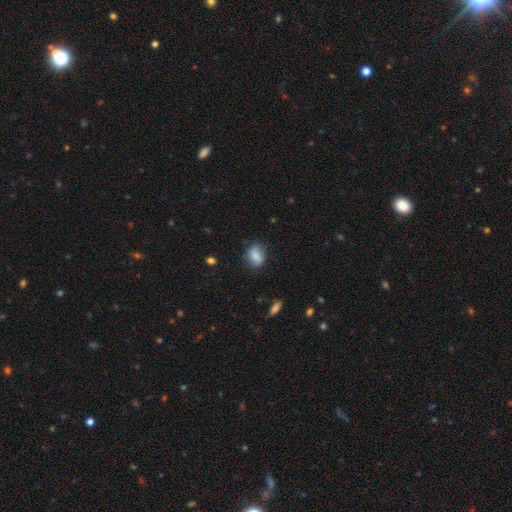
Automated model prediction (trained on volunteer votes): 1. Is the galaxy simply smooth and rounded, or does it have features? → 79% smooth, 13% featured or disk, 8% star or artifact.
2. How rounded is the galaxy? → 66% in between, 31% round, 2% cigar-shaped.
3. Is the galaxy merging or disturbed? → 69% none, 23% minor disturbance, 6% major disturbance, 2% merger.